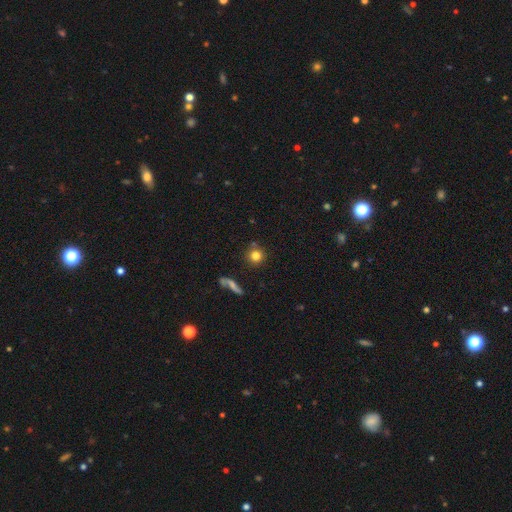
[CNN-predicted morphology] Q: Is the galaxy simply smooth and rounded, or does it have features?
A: smooth — 80%.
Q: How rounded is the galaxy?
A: round — 92%.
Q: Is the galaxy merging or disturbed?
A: none — 81%.